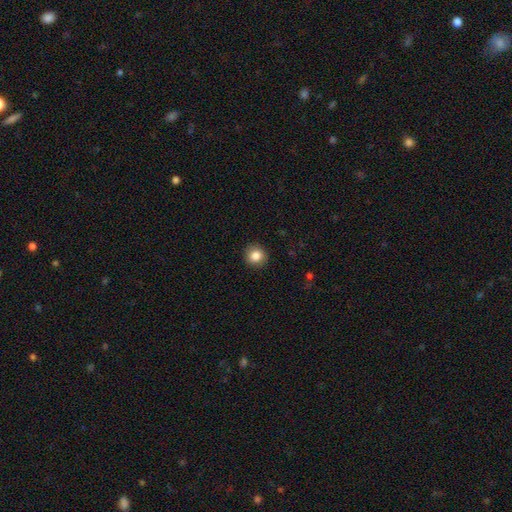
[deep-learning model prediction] smooth-or-featured: smooth: 86% | star or artifact: 9% | featured or disk: 5%
  how-rounded: round: 91% | in between: 8% | cigar-shaped: 1%
  merging: none: 91% | minor disturbance: 6% | major disturbance: 2% | merger: 1%